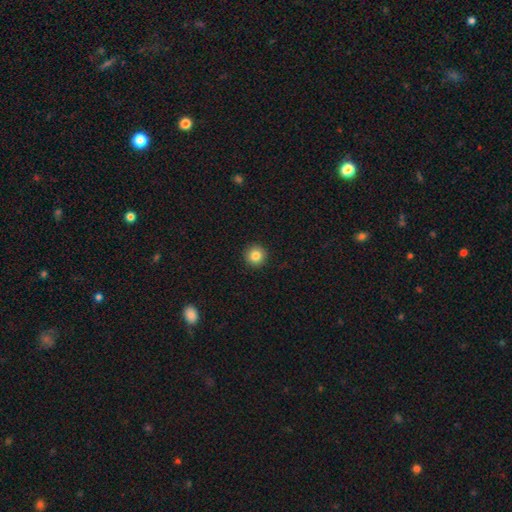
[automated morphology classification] type=smooth (84%); roundness=round (95%); merging=none (93%).